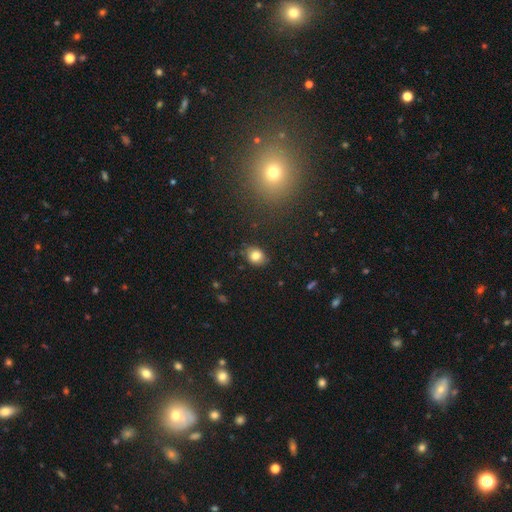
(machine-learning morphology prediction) This appears to be a smooth galaxy with no disk features (81%) that is in between round and cigar-shaped (50%). Merging: none (81%).